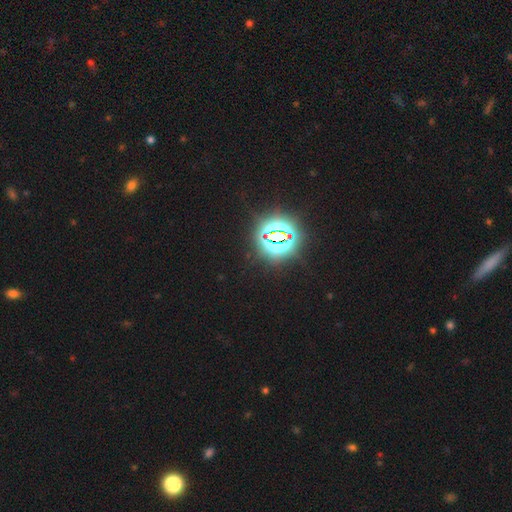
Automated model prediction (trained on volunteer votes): Smooth or featured? Predicted: star or artifact (p=0.83).